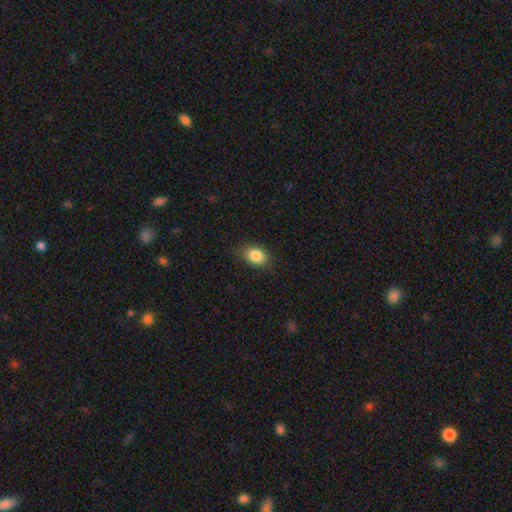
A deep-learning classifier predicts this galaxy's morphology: smooth_or_featured: smooth (p=0.86) [alt: star or artifact p=0.08]
how_rounded: in between (p=0.77) [alt: round p=0.22]
merging: none (p=0.84) [alt: minor disturbance p=0.12]